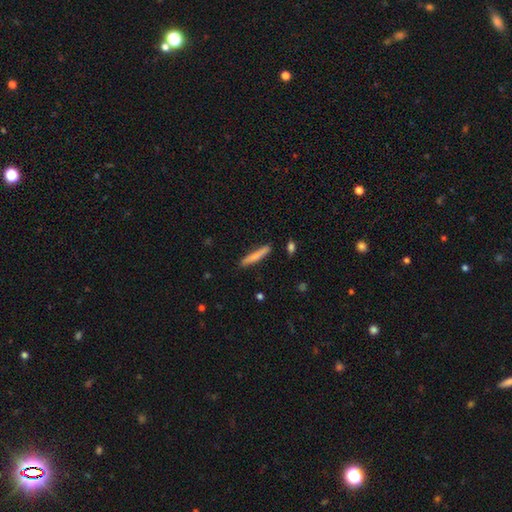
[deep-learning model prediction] A smooth galaxy with no disk features (76%) that is cigar-shaped (93%).

Vote fractions:
- Smooth or featured? smooth: 76% / featured or disk: 18% / star or artifact: 6%
- How rounded? cigar-shaped: 93% / in between: 6% / round: 1%
- Merging? none: 86% / minor disturbance: 10% / merger: 2% / major disturbance: 2%